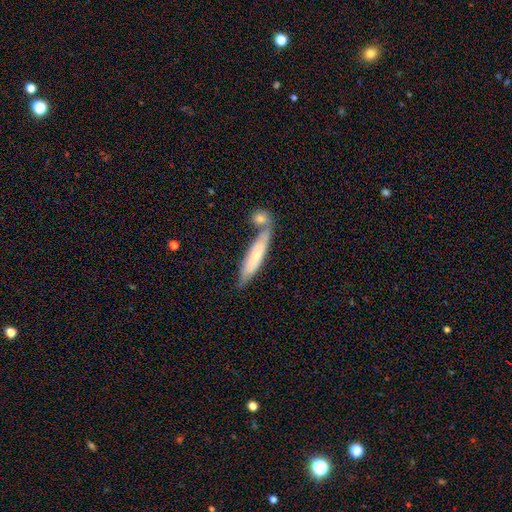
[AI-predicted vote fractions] smooth_or_featured: smooth (p=0.63) [alt: featured or disk p=0.31]
how_rounded: cigar-shaped (p=0.82) [alt: in between p=0.17]
merging: none (p=0.52) [alt: merger p=0.29]